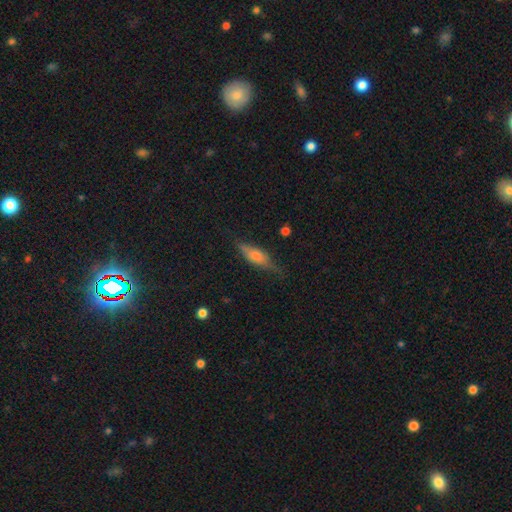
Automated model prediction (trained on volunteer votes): This is possibly a featured or disk galaxy (52%). It is clearly viewed edge-on (91%). Merging: likely none (75%).